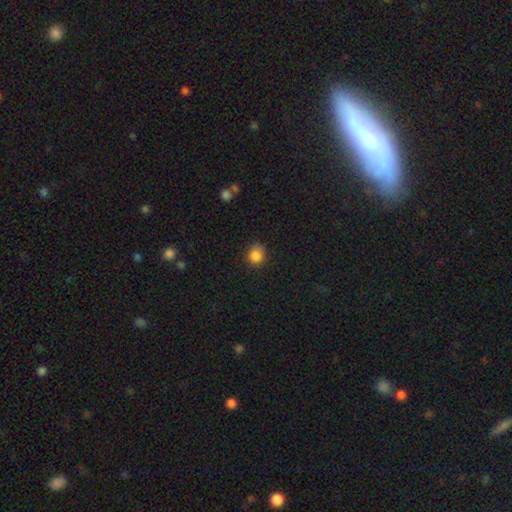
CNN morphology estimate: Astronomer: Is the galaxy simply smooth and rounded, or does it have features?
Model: smooth — 85%.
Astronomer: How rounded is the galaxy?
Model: round — 81%.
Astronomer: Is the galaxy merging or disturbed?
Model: none — 74%.